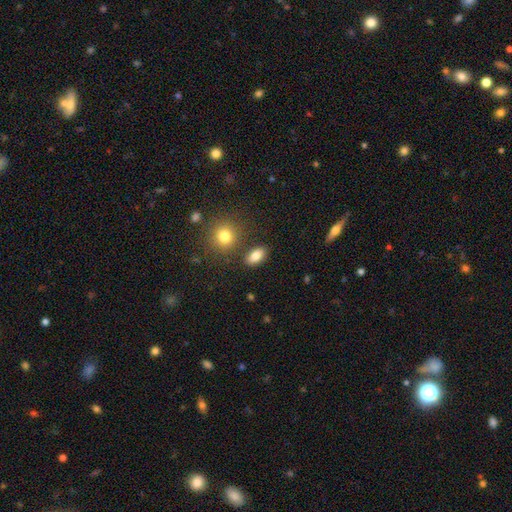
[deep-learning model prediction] A smooth galaxy with no disk features (83%) that is in between round and cigar-shaped (87%).

Vote fractions:
- Smooth or featured? smooth: 83% / star or artifact: 9% / featured or disk: 8%
- How rounded? in between: 87% / round: 9% / cigar-shaped: 4%
- Merging? none: 83% / minor disturbance: 9% / merger: 5% / major disturbance: 3%